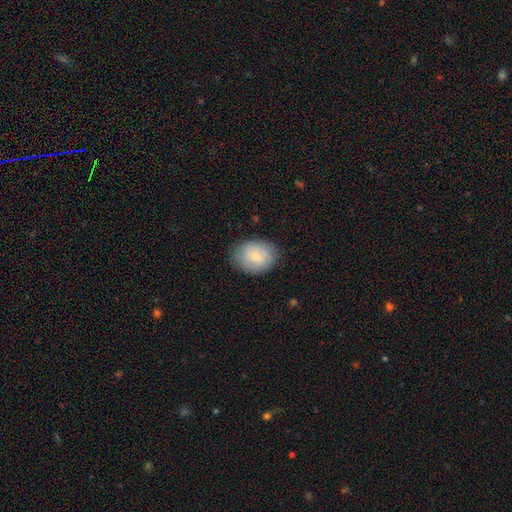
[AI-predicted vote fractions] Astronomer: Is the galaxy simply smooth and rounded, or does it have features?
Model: smooth — 73%.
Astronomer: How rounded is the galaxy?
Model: in between — 57% (runner-up: round, 42%).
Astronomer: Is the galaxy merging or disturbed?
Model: none — 79%.